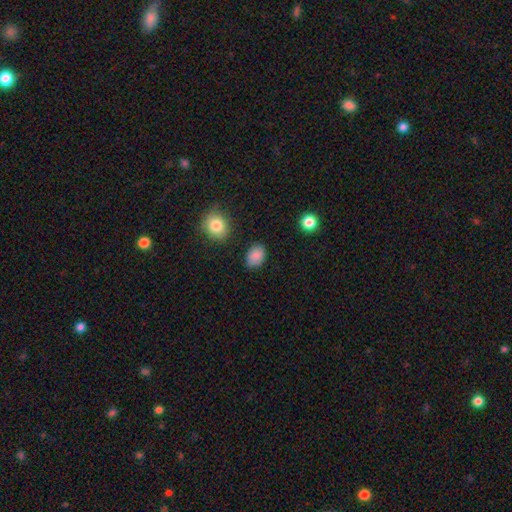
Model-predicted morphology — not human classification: This is clearly a smooth galaxy (87%). How rounded: likely in between (73%). Merging: clearly none (82%).